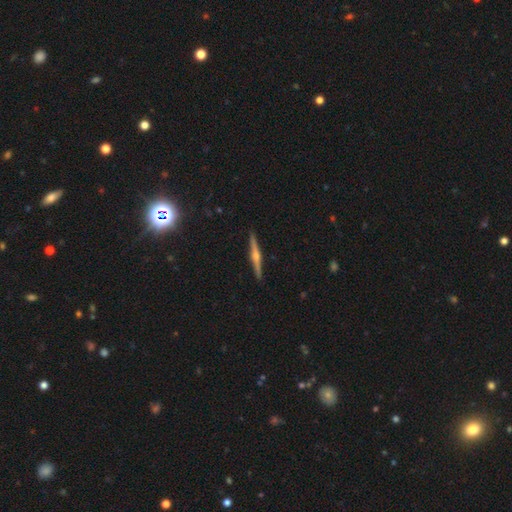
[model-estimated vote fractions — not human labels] A featured or disk galaxy (78%) viewed edge-on (98%) with a rounded central bulge (88%). Merging: none (92%).